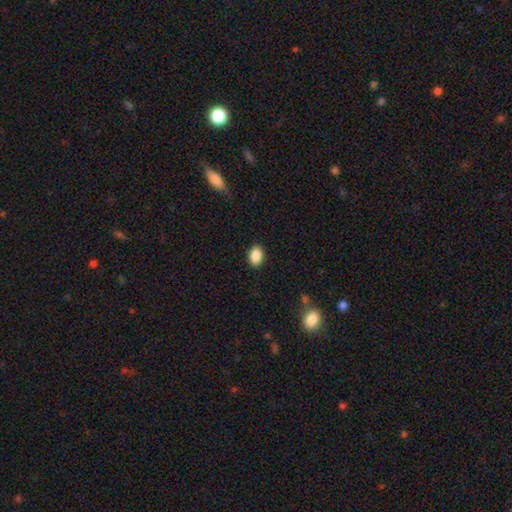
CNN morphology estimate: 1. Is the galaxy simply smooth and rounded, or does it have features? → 89% smooth, 8% star or artifact, 3% featured or disk.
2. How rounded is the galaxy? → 81% in between, 17% round, 1% cigar-shaped.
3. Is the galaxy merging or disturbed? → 89% none, 8% minor disturbance, 2% major disturbance, 1% merger.